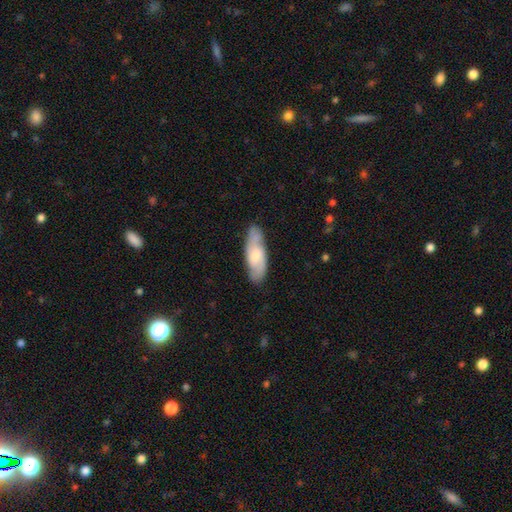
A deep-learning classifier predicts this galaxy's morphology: A smooth galaxy with no disk features (53%) that is in between round and cigar-shaped (63%).

Vote fractions:
- Smooth or featured? smooth: 53% / featured or disk: 42% / star or artifact: 6%
- How rounded? in between: 63% / cigar-shaped: 35% / round: 2%
- Merging? none: 79% / minor disturbance: 16% / major disturbance: 3% / merger: 2%